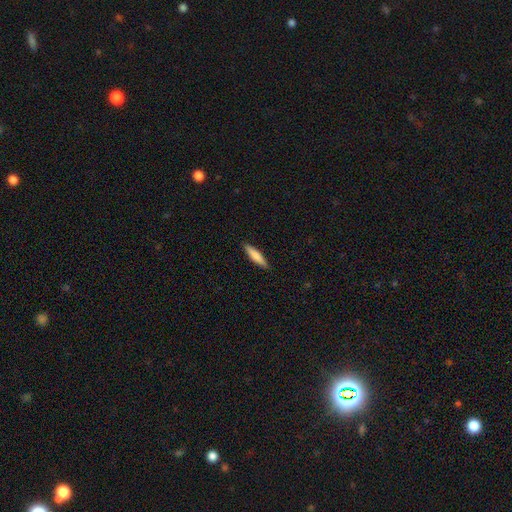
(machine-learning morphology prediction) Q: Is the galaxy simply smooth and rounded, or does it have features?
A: smooth — 76%.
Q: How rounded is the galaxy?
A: cigar-shaped — 83%.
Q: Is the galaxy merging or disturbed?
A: none — 91%.